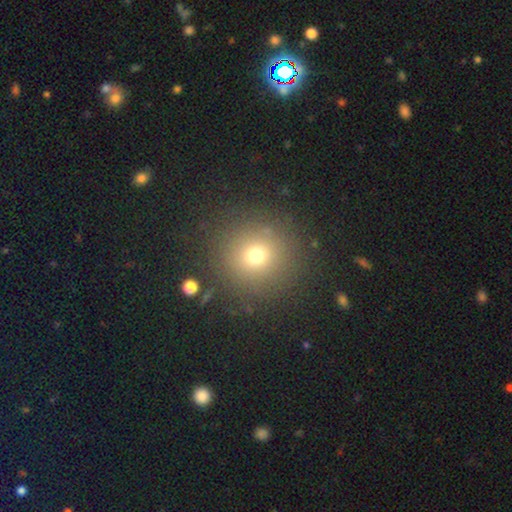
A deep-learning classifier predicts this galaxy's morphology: smooth 70%, star or artifact 19%, featured or disk 11%. Down the decision tree: how rounded — round (93%); merging — none (87%).